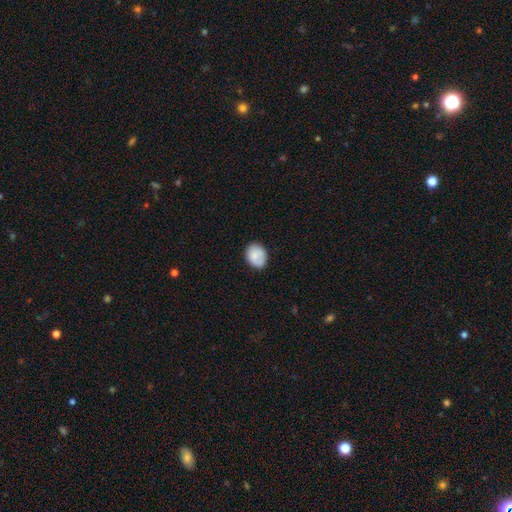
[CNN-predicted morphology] A smooth galaxy with no disk features (79%) that is in between round and cigar-shaped (55%).

Vote fractions:
- Smooth or featured? smooth: 79% / featured or disk: 14% / star or artifact: 7%
- How rounded? in between: 55% / round: 45% / cigar-shaped: 1%
- Merging? none: 76% / minor disturbance: 18% / major disturbance: 4% / merger: 2%